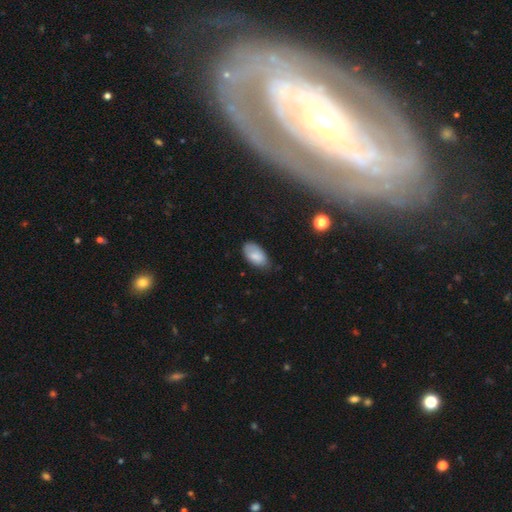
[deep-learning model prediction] smooth-or-featured: smooth: 81% | featured or disk: 12% | star or artifact: 7%
  how-rounded: in between: 95% | round: 3% | cigar-shaped: 2%
  merging: none: 63% | minor disturbance: 30% | major disturbance: 5% | merger: 2%